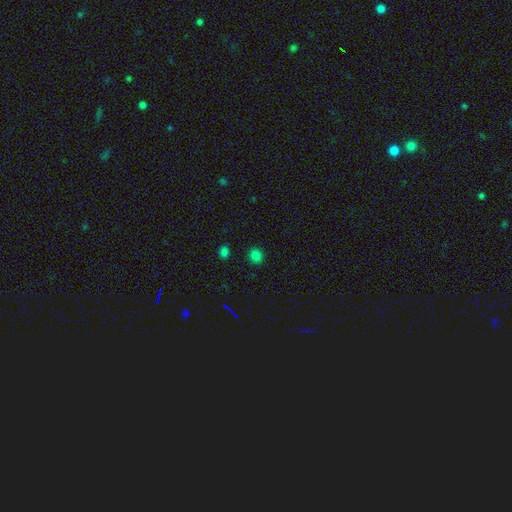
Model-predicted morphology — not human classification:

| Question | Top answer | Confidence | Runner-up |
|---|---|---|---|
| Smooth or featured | smooth | 79% | star or artifact (17%) |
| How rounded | round | 86% | in between (13%) |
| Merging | none | 90% | minor disturbance (6%) |